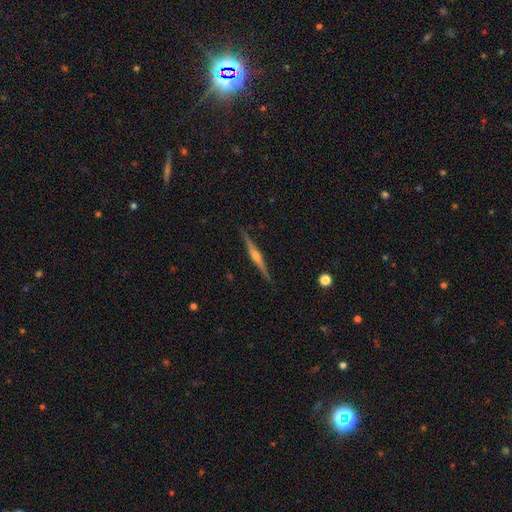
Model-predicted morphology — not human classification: Smooth or featured?
  - featured or disk: 83% *
  - smooth: 12%
  - star or artifact: 5%
Edge-on disk?
  - yes: 99% *
  - no: 1%
Edge-on bulge?
  - rounded: 87% *
  - boxy: 7%
  - none: 6%
Merging?
  - none: 91% *
  - minor disturbance: 6%
  - major disturbance: 1%
  - merger: 1%